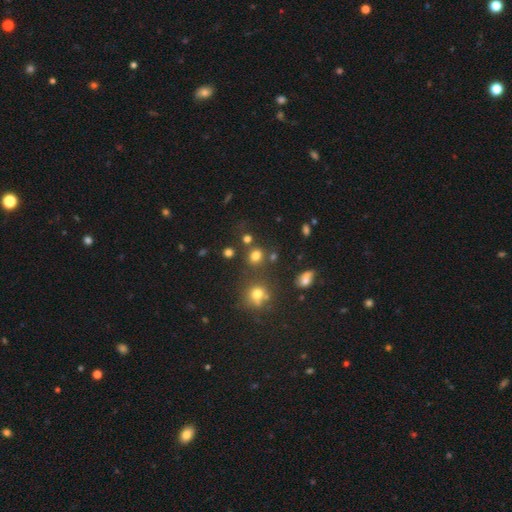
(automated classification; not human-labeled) smooth 73%, star or artifact 21%, featured or disk 7%. Down the decision tree: how rounded — round (80%); merging — none (74%).